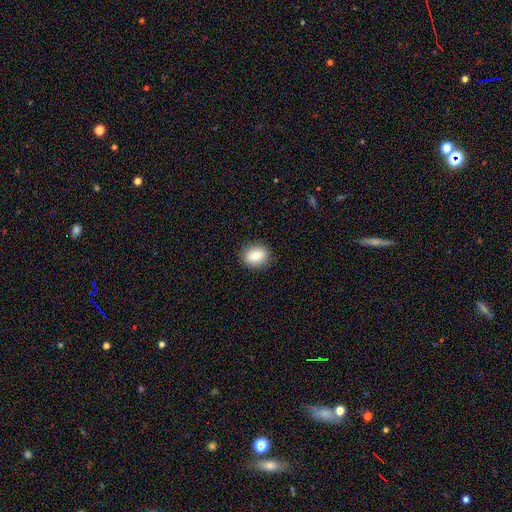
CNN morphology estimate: Smooth or featured?
  - smooth: 80% *
  - featured or disk: 11%
  - star or artifact: 9%
How rounded?
  - round: 56% *
  - in between: 43%
  - cigar-shaped: 1%
Merging?
  - none: 89% *
  - minor disturbance: 8%
  - major disturbance: 2%
  - merger: 1%